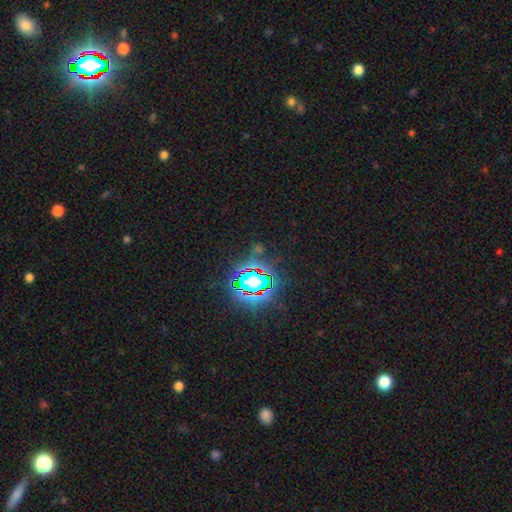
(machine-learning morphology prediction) Smooth or featured? Predicted: star or artifact (p=0.81).